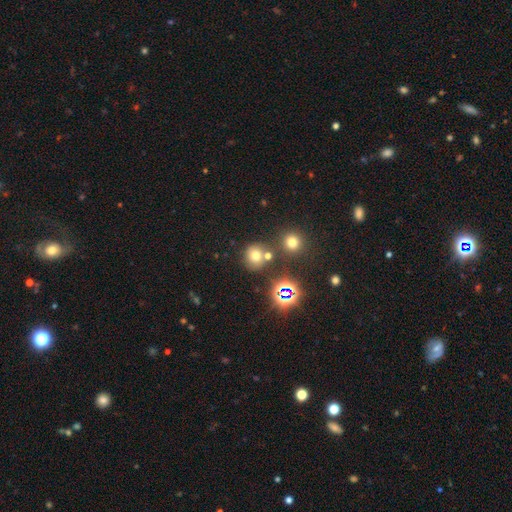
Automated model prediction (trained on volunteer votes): Q: Smooth or featured?
A: smooth (65%); runner-up: star or artifact (25%)
Q: How rounded?
A: round (83%); runner-up: in between (16%)
Q: Merging?
A: none (66%); runner-up: merger (20%)